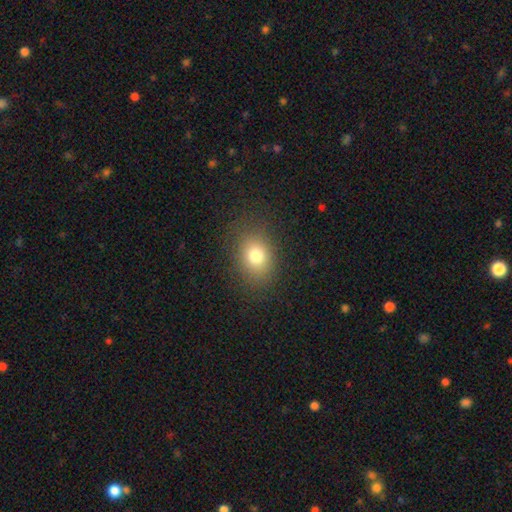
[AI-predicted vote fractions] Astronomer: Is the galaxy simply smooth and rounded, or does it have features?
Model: smooth — 77%.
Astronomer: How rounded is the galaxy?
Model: in between — 58% (runner-up: round, 41%).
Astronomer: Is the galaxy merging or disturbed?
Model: none — 84%.